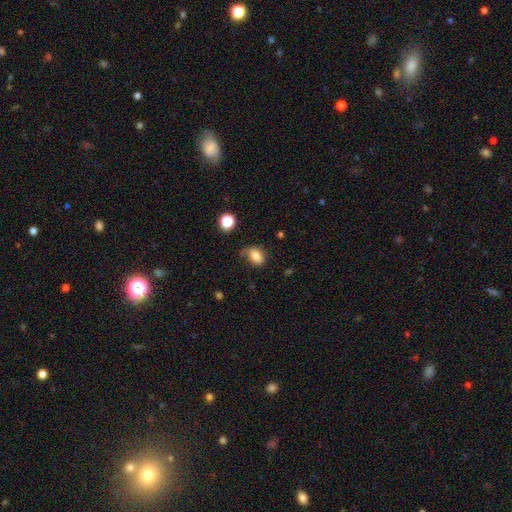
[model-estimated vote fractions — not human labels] Overall: smooth (82%). How rounded: in between (78%). Merging: none (59%; minor disturbance 26%).